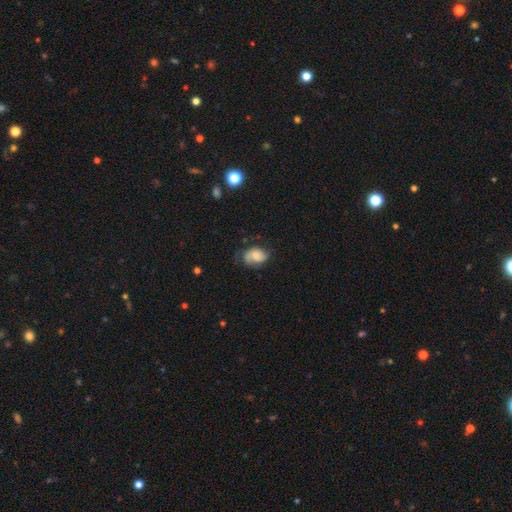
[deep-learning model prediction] Smooth or featured: smooth — 52% (featured or disk — 40%)
How rounded: in between — 75% (round — 24%)
Merging: none — 47% (minor disturbance — 32%)